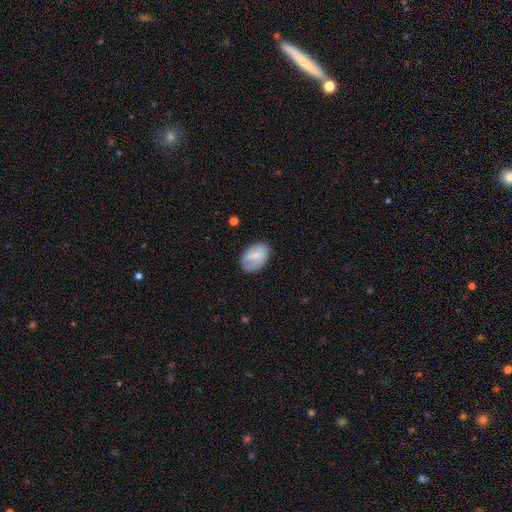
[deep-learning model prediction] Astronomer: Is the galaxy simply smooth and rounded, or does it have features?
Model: smooth — 70%.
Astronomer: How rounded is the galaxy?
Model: in between — 85%.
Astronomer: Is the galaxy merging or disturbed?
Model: none — 73%.